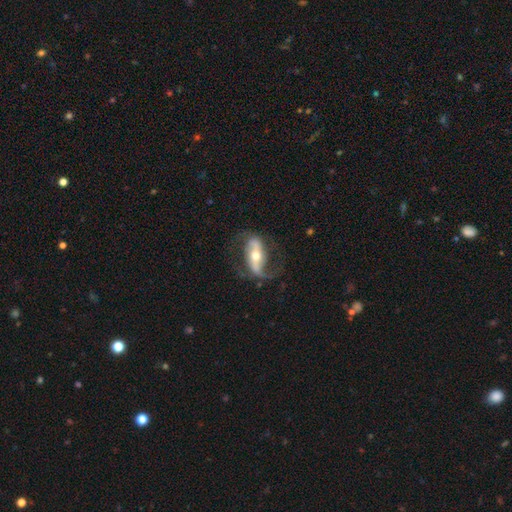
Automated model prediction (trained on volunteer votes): Smooth or featured: featured or disk — 81% (smooth — 14%)
Edge-on disk: no — 90% (yes — 10%)
Bar: strong — 53% (weak — 25%)
Spiral arms: yes — 91% (no — 9%)
Spiral winding: loose — 58% (medium — 32%)
Spiral arm count: 2 — 83% (1 — 11%)
Bulge size: moderate — 61% (small — 32%)
Merging: none — 65% (minor disturbance — 18%)